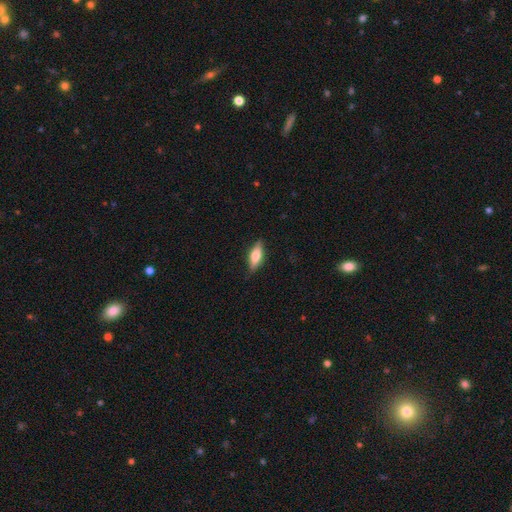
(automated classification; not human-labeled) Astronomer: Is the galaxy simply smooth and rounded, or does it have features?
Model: smooth — 62%.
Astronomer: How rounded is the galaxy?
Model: in between — 62%.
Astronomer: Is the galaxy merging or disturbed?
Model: none — 83%.